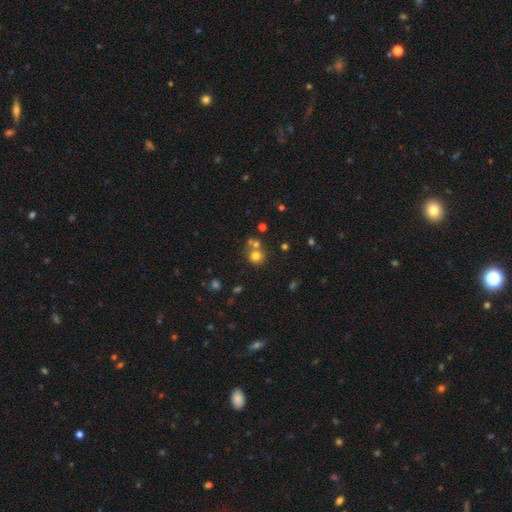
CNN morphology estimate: A smooth galaxy with no disk features (72%) that is round (89%). Merging: none (57%).